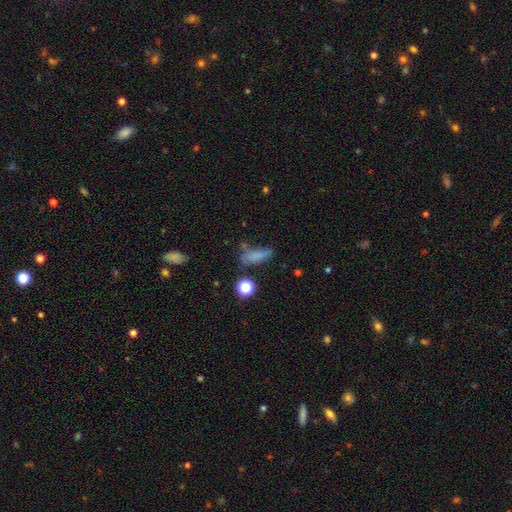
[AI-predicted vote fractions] smooth_or_featured: smooth (p=0.72) [alt: star or artifact p=0.14]
how_rounded: in between (p=0.51) [alt: cigar-shaped p=0.43]
merging: none (p=0.54) [alt: minor disturbance p=0.26]